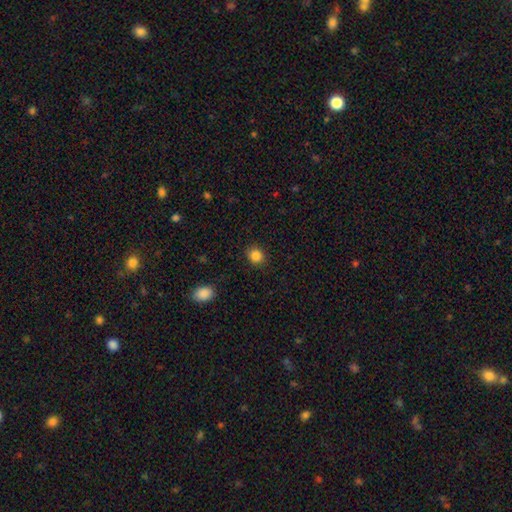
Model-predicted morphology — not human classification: A smooth galaxy with no disk features (85%) that is round (77%). Merging: none (89%).